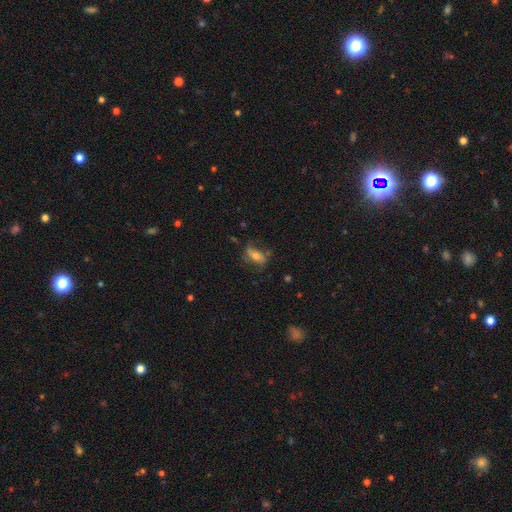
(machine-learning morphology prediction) smooth 45% (tied), featured or disk 45% (tied), star or artifact 10%. Down the decision tree: merging — none (57%).